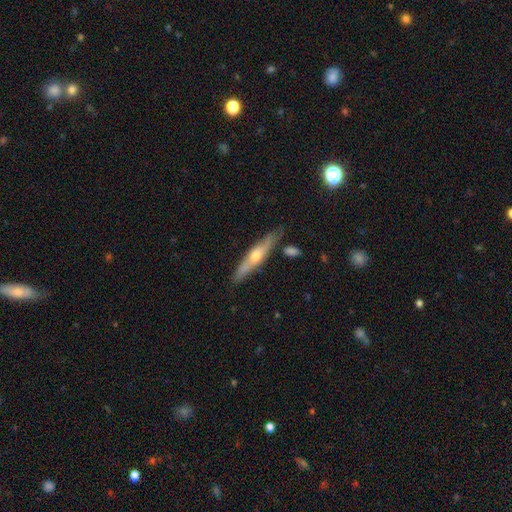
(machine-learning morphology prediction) featured or disk 64%, smooth 30%, star or artifact 6%. Down the decision tree: edge-on disk — yes (91%); edge-on bulge — rounded (86%); merging — none (83%).